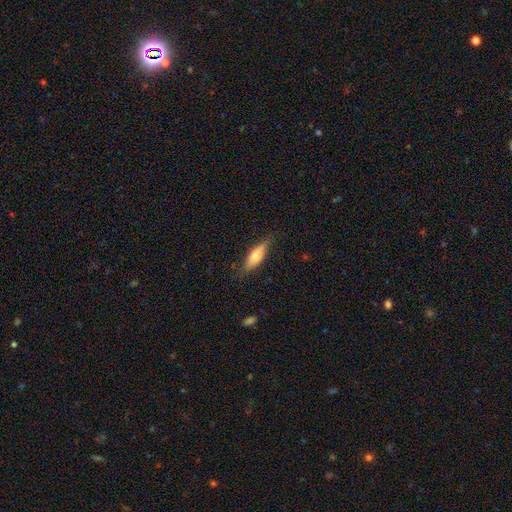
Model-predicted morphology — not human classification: smooth_or_featured: smooth (p=0.65) [alt: featured or disk p=0.29]
how_rounded: in between (p=0.53) [alt: cigar-shaped p=0.44]
merging: none (p=0.77) [alt: minor disturbance p=0.18]